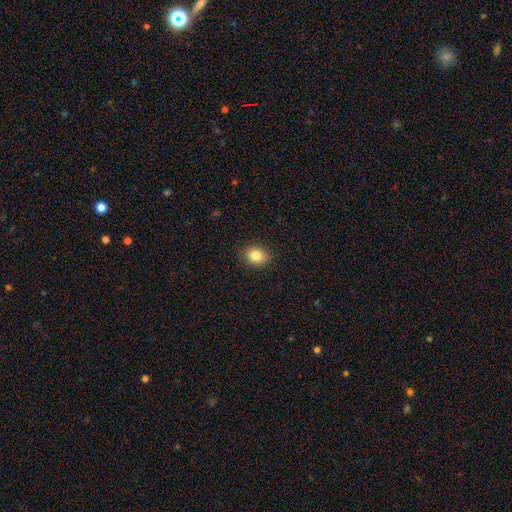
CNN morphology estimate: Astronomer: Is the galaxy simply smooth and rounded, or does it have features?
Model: smooth — 83%.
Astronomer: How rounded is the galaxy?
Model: round — 53% (runner-up: in between, 46%).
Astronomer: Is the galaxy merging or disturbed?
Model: none — 88%.